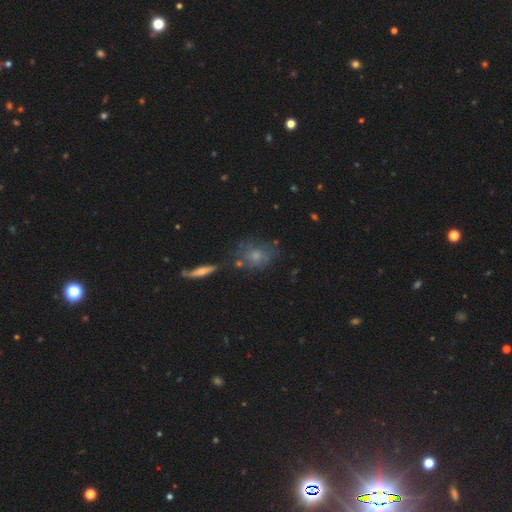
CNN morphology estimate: A smooth galaxy with no disk features (55%) that is in between round and cigar-shaped (50%).

Vote fractions:
- Smooth or featured? smooth: 55% / featured or disk: 33% / star or artifact: 12%
- How rounded? in between: 50% / round: 46% / cigar-shaped: 4%
- Merging? none: 57% / minor disturbance: 22% / merger: 11% / major disturbance: 10%